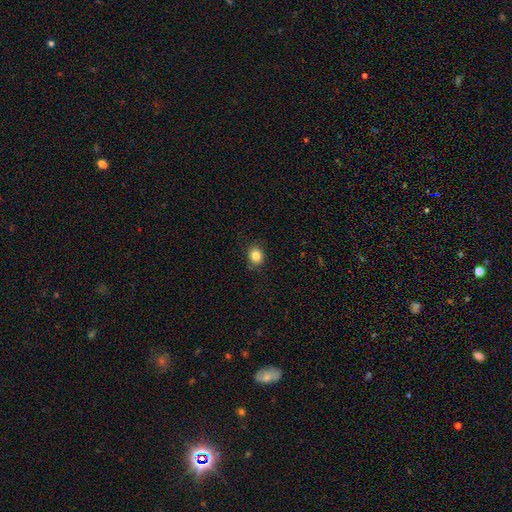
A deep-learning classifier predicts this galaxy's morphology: Smooth or featured: smooth — 84% (star or artifact — 11%)
How rounded: round — 72% (in between — 27%)
Merging: none — 87% (minor disturbance — 10%)